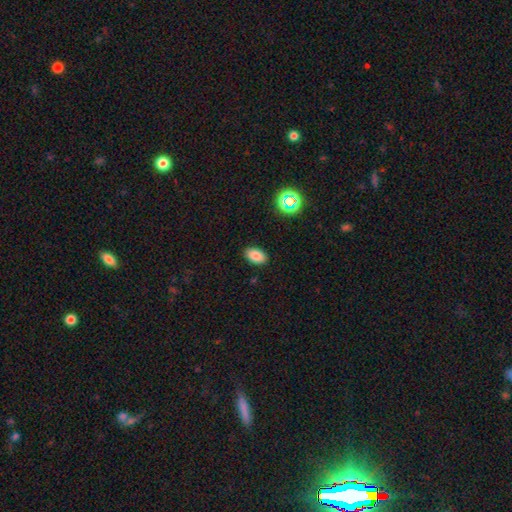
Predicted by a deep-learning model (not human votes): Q: Smooth or featured?
A: smooth (82%); runner-up: star or artifact (11%)
Q: How rounded?
A: in between (92%); runner-up: round (6%)
Q: Merging?
A: none (88%); runner-up: minor disturbance (9%)